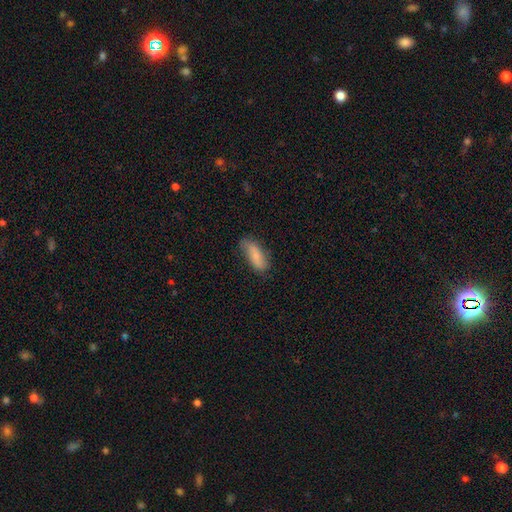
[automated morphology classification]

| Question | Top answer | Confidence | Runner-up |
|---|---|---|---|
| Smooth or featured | smooth | 75% | featured or disk (18%) |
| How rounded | in between | 72% | cigar-shaped (26%) |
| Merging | none | 70% | minor disturbance (24%) |